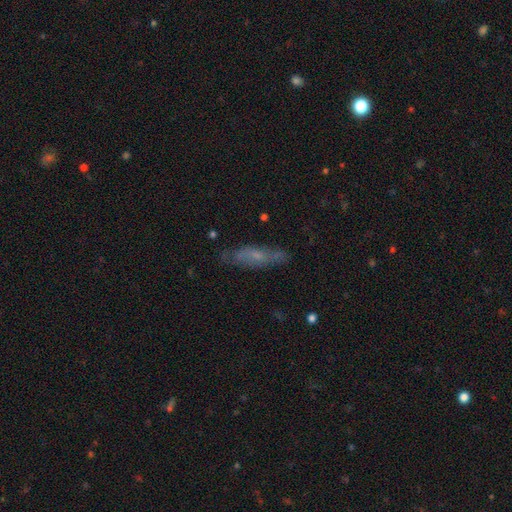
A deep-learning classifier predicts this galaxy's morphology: Overall: featured or disk (46%; smooth 45%). Merging: none (73%).